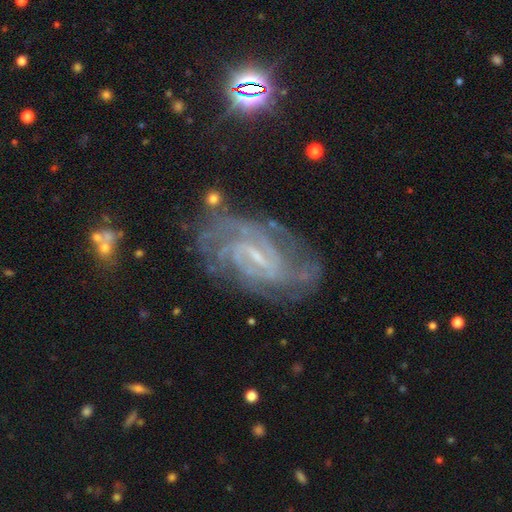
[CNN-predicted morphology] This appears to be a featured or disk galaxy (87%) with a weak bar (49%), 2 (32%) tight (64%) spiral arms (97%) and a small central bulge (70%). Merging: none (74%).